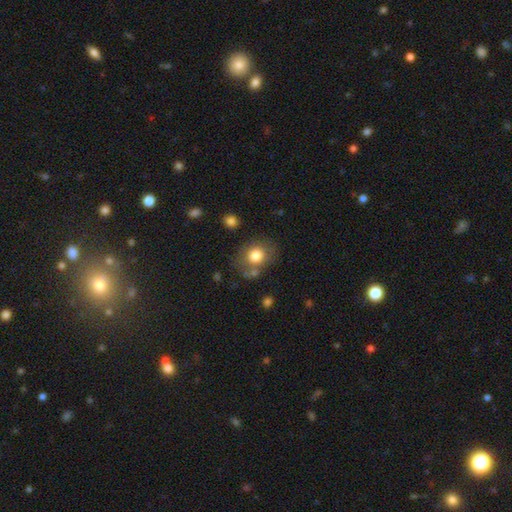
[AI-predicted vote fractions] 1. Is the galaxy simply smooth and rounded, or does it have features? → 79% smooth, 11% featured or disk, 9% star or artifact.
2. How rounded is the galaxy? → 64% round, 35% in between, 1% cigar-shaped.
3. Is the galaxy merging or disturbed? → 68% none, 16% minor disturbance, 9% merger, 7% major disturbance.